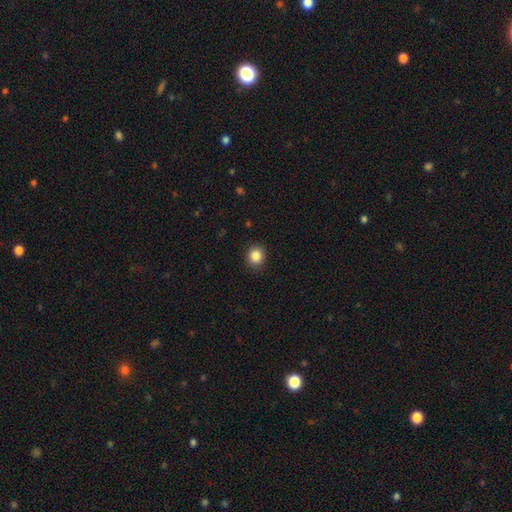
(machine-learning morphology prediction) The model was most divided on "how rounded": round: 82%, in between: 17%, cigar-shaped: 1%. More confident: merging — none (90%); smooth or featured — smooth (86%).